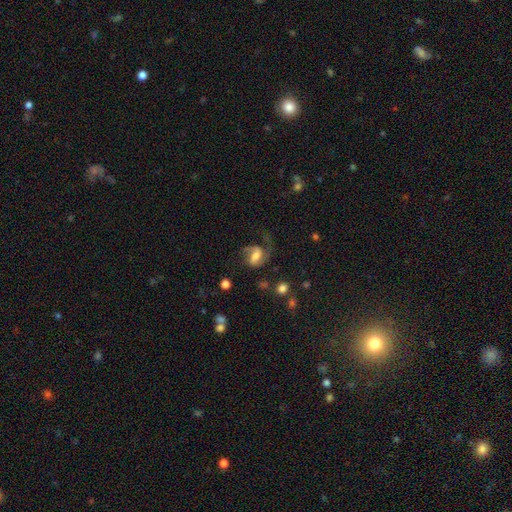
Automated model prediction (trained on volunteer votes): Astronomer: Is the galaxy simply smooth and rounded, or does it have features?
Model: featured or disk — 75%.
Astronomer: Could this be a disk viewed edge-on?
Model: no — 97%.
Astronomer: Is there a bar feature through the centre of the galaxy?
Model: weak — 48% (runner-up: strong, 27%).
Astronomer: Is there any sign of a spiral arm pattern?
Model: yes — 93%.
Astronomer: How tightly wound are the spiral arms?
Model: medium — 46% (runner-up: loose, 40%).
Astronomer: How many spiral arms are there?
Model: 2 — 71%.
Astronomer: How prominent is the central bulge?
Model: moderate — 52%.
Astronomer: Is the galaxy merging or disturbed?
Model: none — 50% (runner-up: major disturbance, 28%).